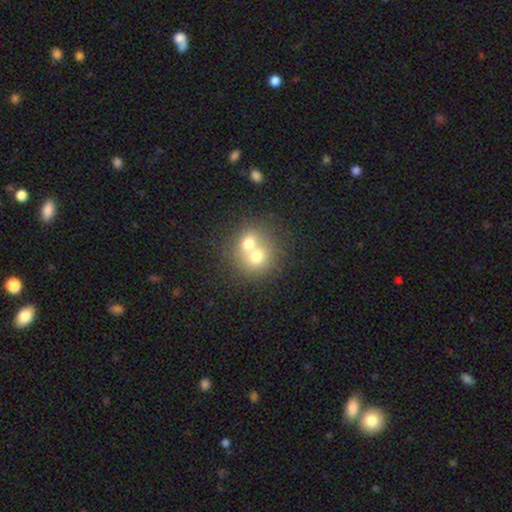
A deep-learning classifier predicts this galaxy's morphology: Smooth or featured? smooth (66%)
How rounded? round (78%)
Merging? merger (66%)